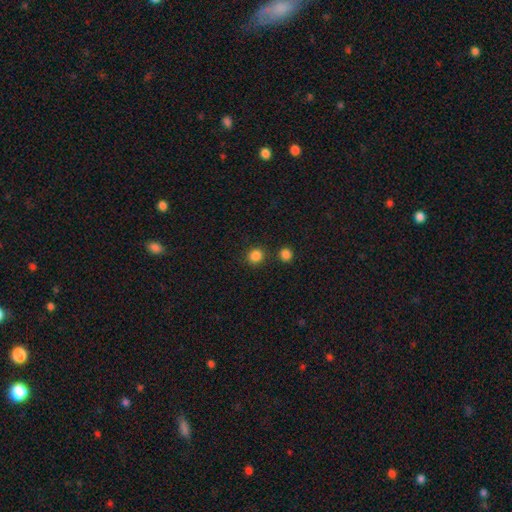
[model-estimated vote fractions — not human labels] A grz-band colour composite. It shows a smooth galaxy with no disk features (85%) that is round (86%). Merging: none (85%).